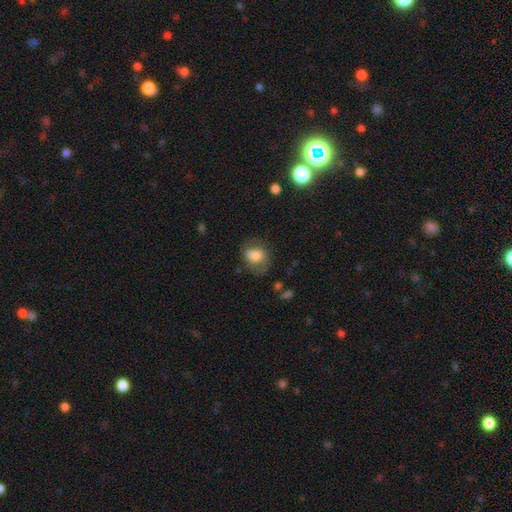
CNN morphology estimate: Smooth or featured: smooth — 70% (featured or disk — 21%)
How rounded: round — 52% (in between — 47%)
Merging: none — 53% (minor disturbance — 25%)